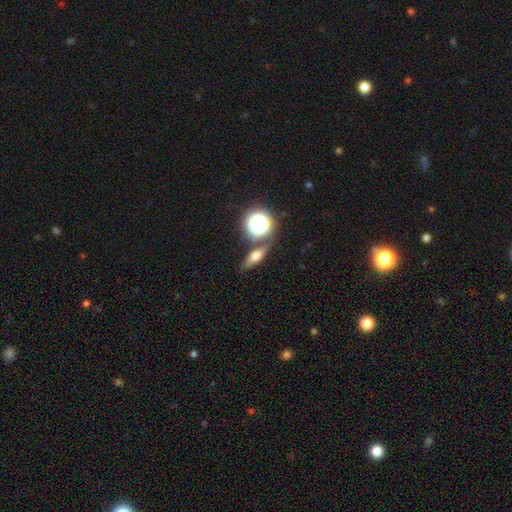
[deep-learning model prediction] smooth_or_featured: smooth (p=0.47) [alt: featured or disk p=0.37]
merging: none (p=0.75) [alt: minor disturbance p=0.11]